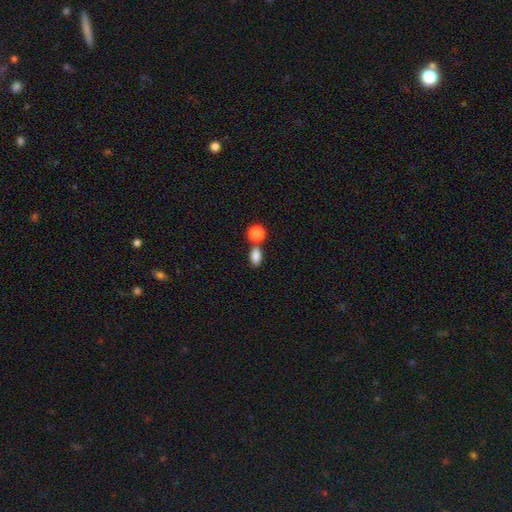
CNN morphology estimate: A smooth galaxy with no disk features (83%) that is in between round and cigar-shaped (81%). Merging: none (60%).